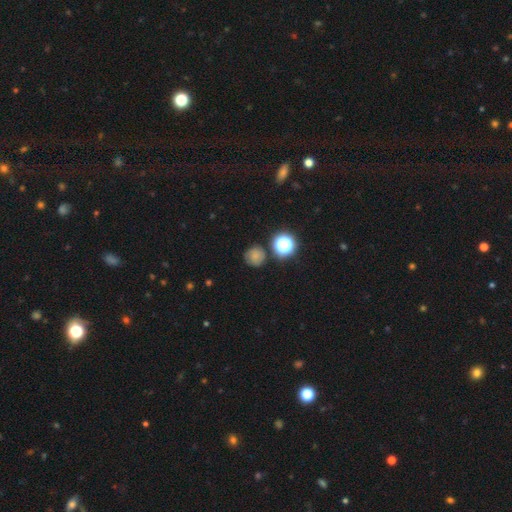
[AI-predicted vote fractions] Morphology: type=smooth (64%); roundness=round (92%); merging=none (78%).